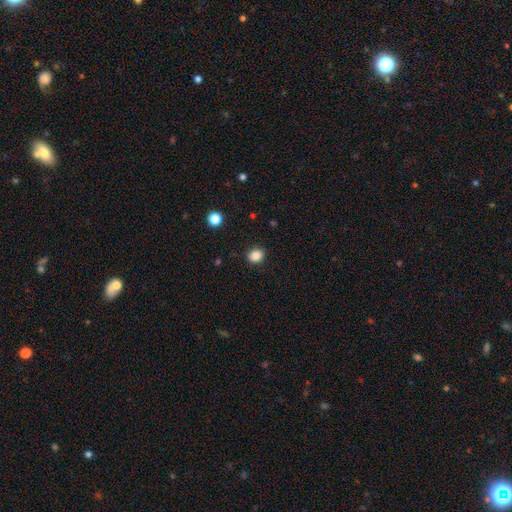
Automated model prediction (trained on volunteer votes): Smooth or featured? smooth (87%)
How rounded? round (67%)
Merging? none (89%)